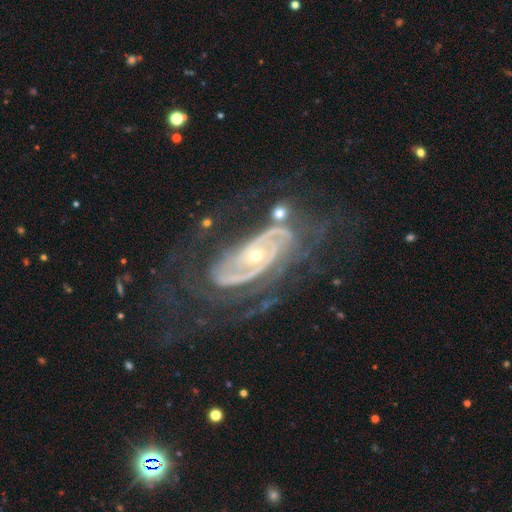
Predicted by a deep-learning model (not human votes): A featured or disk galaxy (90%) with no bar (60%), 2 (54%) tight (64%) spiral arms (96%) and a small central bulge (70%). Merging: none (59%).